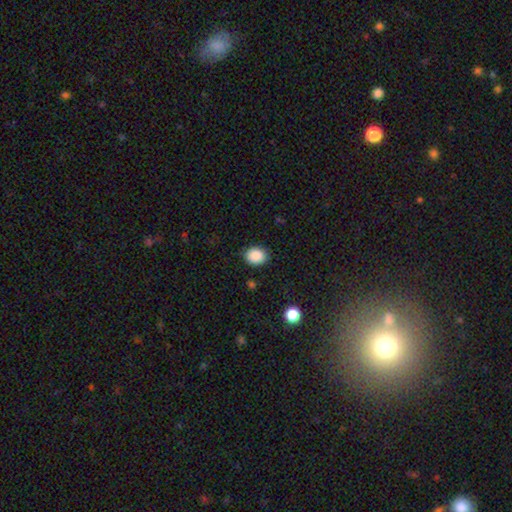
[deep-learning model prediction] A smooth galaxy with no disk features (89%) that is round (55%).

Vote fractions:
- Smooth or featured? smooth: 89% / star or artifact: 8% / featured or disk: 3%
- How rounded? round: 55% / in between: 44% / cigar-shaped: 1%
- Merging? none: 87% / minor disturbance: 9% / major disturbance: 2% / merger: 1%